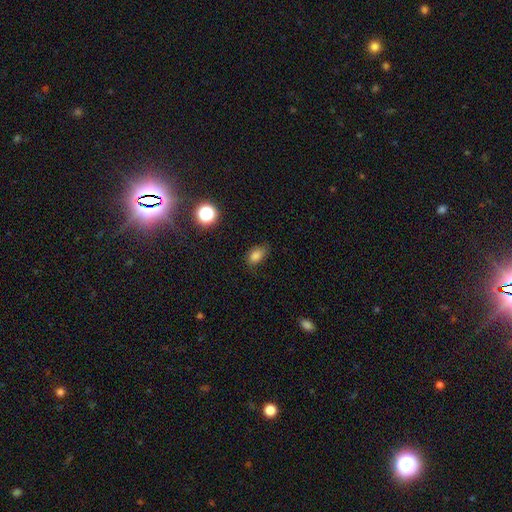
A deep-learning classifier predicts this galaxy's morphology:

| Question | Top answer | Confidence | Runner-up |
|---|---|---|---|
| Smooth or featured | smooth | 81% | star or artifact (13%) |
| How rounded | in between | 84% | round (14%) |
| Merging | none | 74% | minor disturbance (21%) |